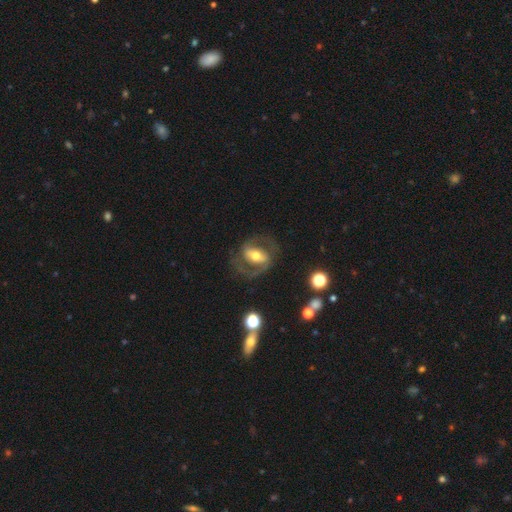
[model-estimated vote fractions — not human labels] smooth_or_featured: featured or disk (p=0.80) [alt: smooth p=0.14]
disk_edge_on: no (p=0.96) [alt: yes p=0.04]
bar: strong (p=0.49) [alt: weak p=0.32]
has_spiral_arms: yes (p=0.85) [alt: no p=0.15]
spiral_winding: medium (p=0.56) [alt: tight p=0.23]
spiral_arm_count: 2 (p=0.89) [alt: can't tell p=0.05]
bulge_size: moderate (p=0.68) [alt: small p=0.19]
merging: none (p=0.73) [alt: minor disturbance p=0.13]